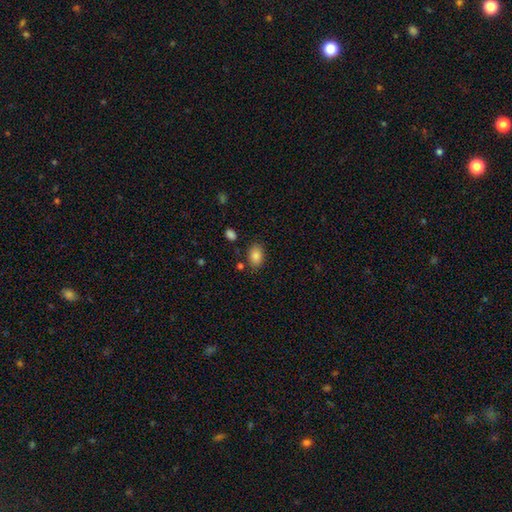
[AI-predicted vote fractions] Smooth or featured: smooth — 85% (star or artifact — 9%)
How rounded: in between — 83% (round — 16%)
Merging: none — 81% (minor disturbance — 12%)